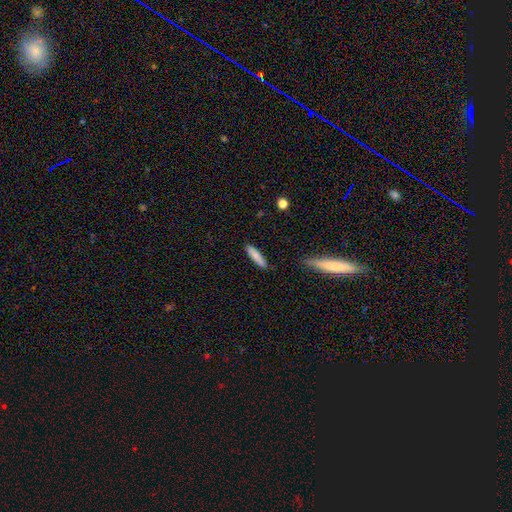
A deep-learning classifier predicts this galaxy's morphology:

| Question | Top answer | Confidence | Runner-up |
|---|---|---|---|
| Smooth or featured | smooth | 82% | featured or disk (12%) |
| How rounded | cigar-shaped | 76% | in between (22%) |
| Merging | none | 87% | minor disturbance (10%) |